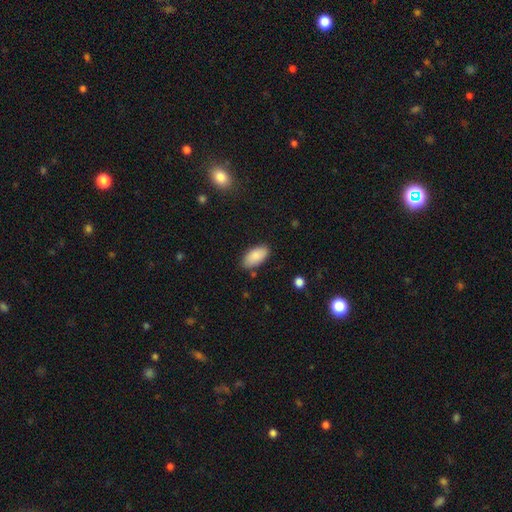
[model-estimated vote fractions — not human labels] Smooth or featured? Predicted: smooth (p=0.87). How rounded? Predicted: in between (p=0.94). Merging? Predicted: none (p=0.83).